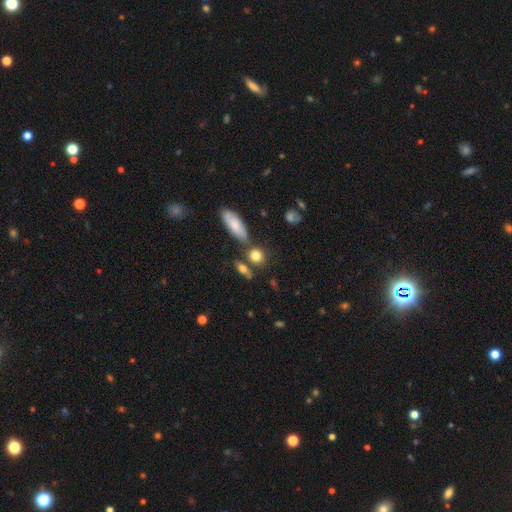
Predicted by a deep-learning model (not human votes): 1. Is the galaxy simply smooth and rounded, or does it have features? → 80% smooth, 10% featured or disk, 10% star or artifact.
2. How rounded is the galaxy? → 63% round, 30% in between, 7% cigar-shaped.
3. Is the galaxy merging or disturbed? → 67% none, 16% merger, 13% minor disturbance, 4% major disturbance.